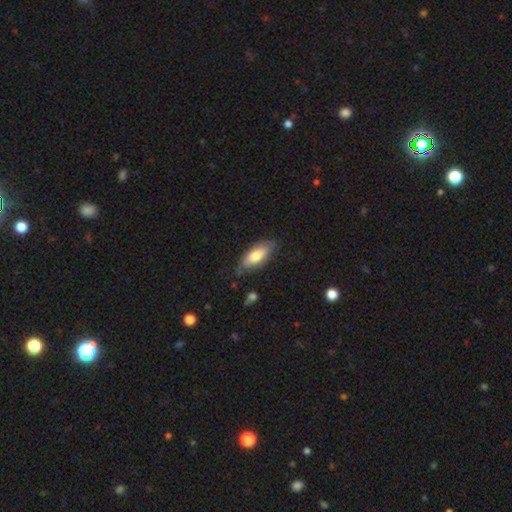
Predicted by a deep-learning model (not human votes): Morphology: type=smooth (72%); roundness=in between (82%); merging=none (74%).